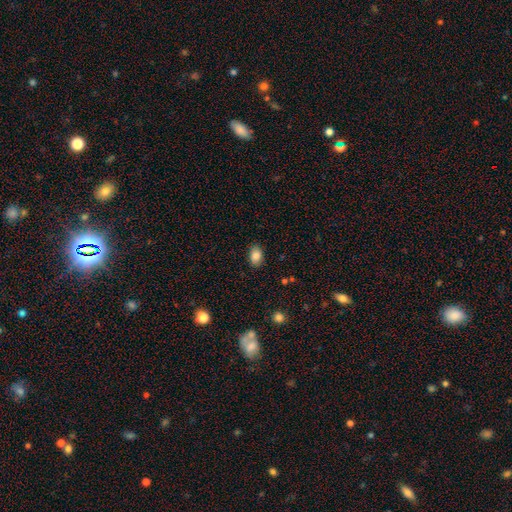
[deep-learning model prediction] Smooth or featured: smooth — 85% (star or artifact — 8%)
How rounded: in between — 83% (round — 16%)
Merging: none — 86% (minor disturbance — 10%)